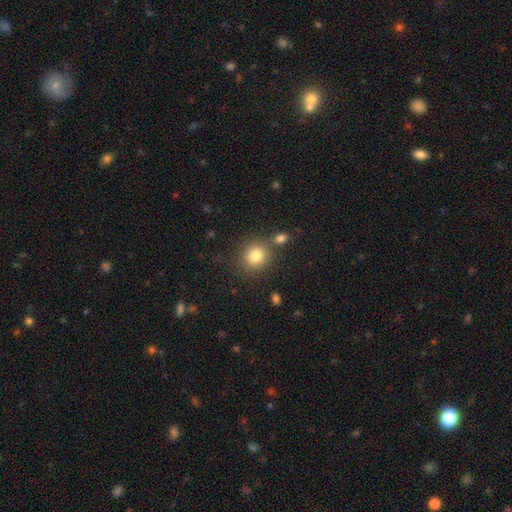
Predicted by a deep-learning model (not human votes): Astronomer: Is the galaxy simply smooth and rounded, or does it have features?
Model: smooth — 81%.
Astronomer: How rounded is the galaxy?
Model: round — 80%.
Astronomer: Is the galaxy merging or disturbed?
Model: none — 75%.